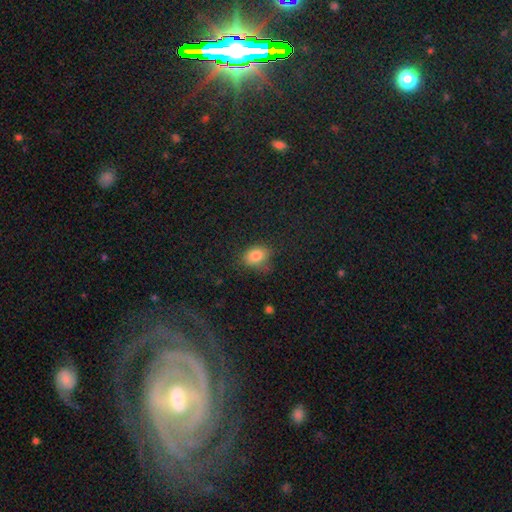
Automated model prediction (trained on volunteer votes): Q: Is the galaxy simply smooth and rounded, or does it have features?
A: smooth — 82%.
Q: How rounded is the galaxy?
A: in between — 61%.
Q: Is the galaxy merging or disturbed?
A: none — 67%.